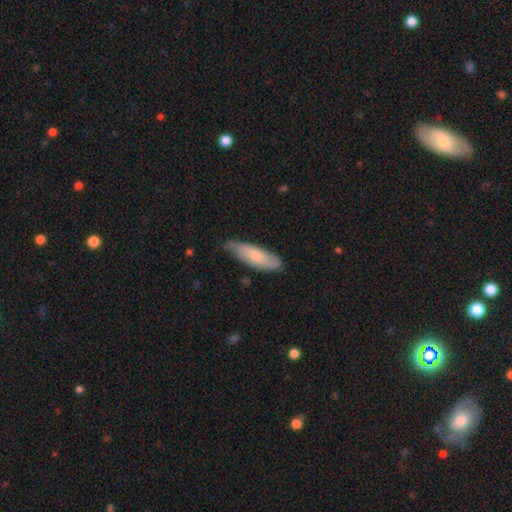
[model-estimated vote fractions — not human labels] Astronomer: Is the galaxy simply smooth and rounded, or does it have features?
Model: smooth — 66%.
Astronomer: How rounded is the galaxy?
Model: cigar-shaped — 51% (runner-up: in between, 47%).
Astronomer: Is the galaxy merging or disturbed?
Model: none — 63%.